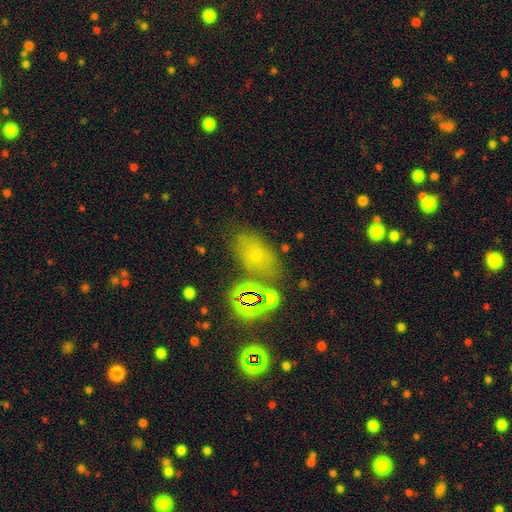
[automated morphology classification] Smooth or featured? Predicted: smooth (p=0.56). How rounded? Predicted: in between (p=0.84). Merging? Predicted: none (p=0.66).